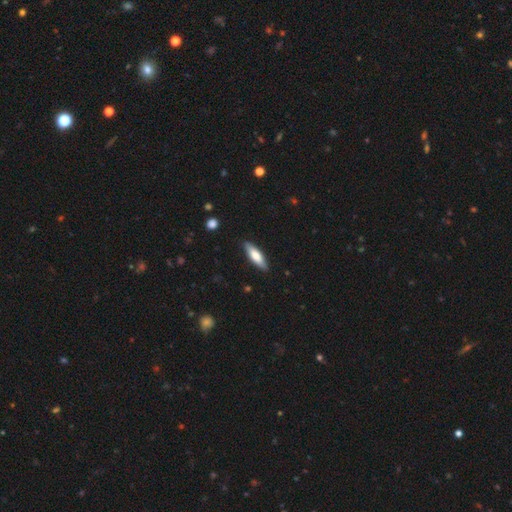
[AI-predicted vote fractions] smooth-or-featured: smooth: 67% | featured or disk: 27% | star or artifact: 5%
  how-rounded: cigar-shaped: 55% | in between: 44% | round: 2%
  merging: none: 87% | minor disturbance: 10% | major disturbance: 2% | merger: 1%